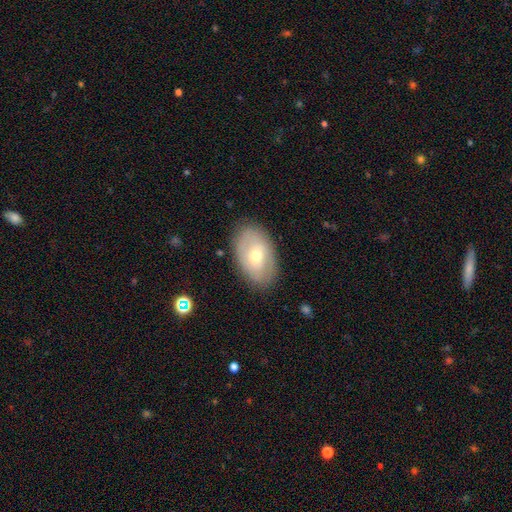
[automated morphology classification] Smooth or featured? smooth (49%)
Merging? none (83%)